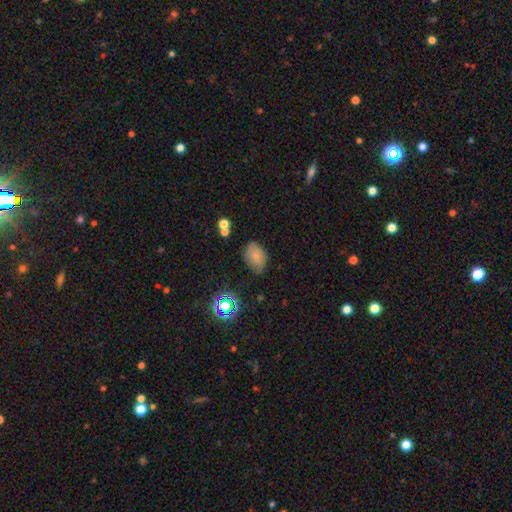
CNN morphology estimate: A smooth galaxy with no disk features (71%) that is in between round and cigar-shaped (81%).

Vote fractions:
- Smooth or featured? smooth: 71% / featured or disk: 15% / star or artifact: 13%
- How rounded? in between: 81% / round: 18% / cigar-shaped: 1%
- Merging? none: 63% / minor disturbance: 28% / major disturbance: 6% / merger: 3%